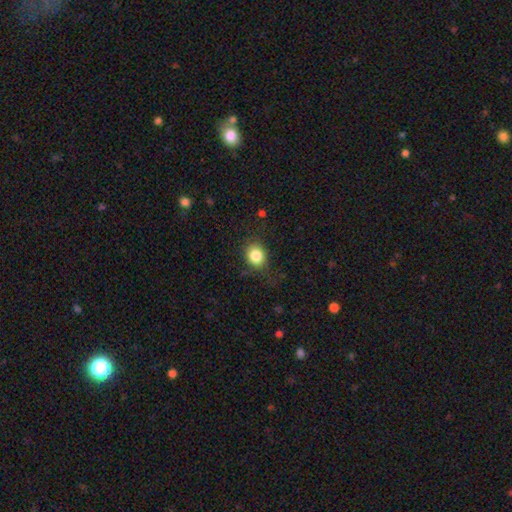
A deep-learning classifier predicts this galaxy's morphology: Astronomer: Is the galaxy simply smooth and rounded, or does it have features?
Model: smooth — 84%.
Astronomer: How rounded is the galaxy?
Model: round — 67%.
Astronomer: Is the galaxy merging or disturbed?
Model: none — 75%.